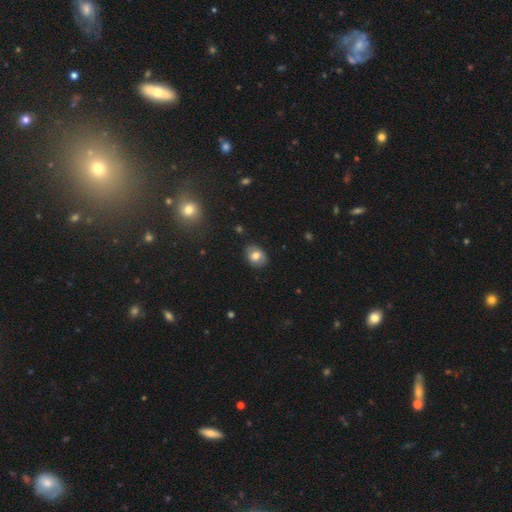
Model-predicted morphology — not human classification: Smooth or featured? smooth (71%)
How rounded? in between (63%)
Merging? none (86%)